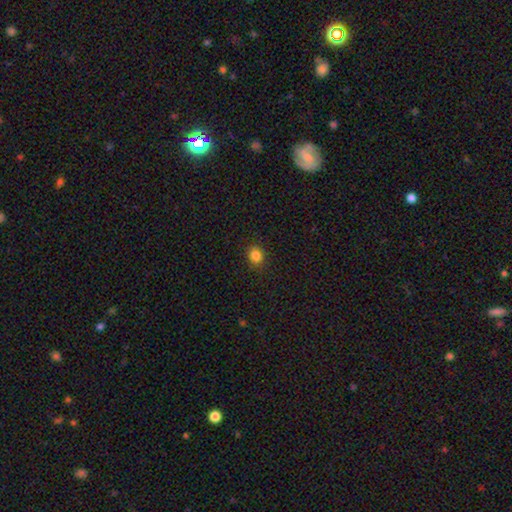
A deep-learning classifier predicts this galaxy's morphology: smooth 84%, star or artifact 12%, featured or disk 4%. Down the decision tree: how rounded — round (65%); merging — none (89%).